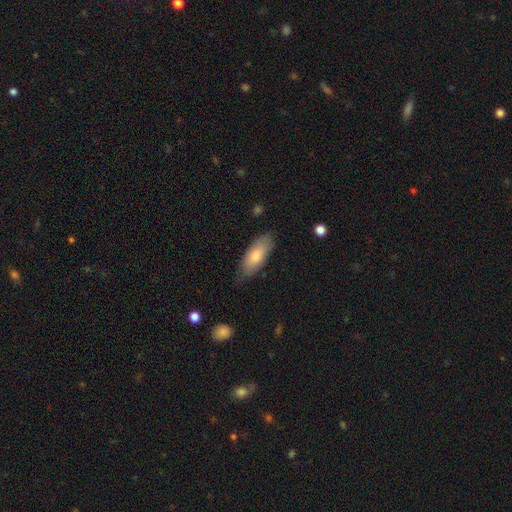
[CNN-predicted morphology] smooth-or-featured: smooth: 79% | featured or disk: 16% | star or artifact: 5%
  how-rounded: in between: 75% | cigar-shaped: 23% | round: 2%
  merging: none: 76% | minor disturbance: 19% | major disturbance: 4% | merger: 1%